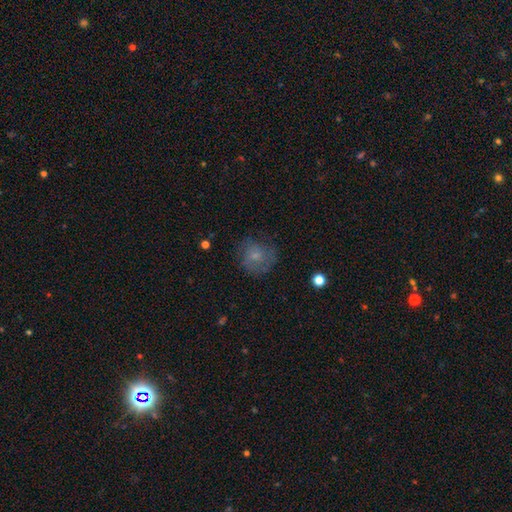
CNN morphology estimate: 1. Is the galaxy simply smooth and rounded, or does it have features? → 61% smooth, 28% featured or disk, 12% star or artifact.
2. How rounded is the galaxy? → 81% round, 18% in between, 1% cigar-shaped.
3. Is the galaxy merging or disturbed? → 61% none, 22% minor disturbance, 16% major disturbance, 2% merger.